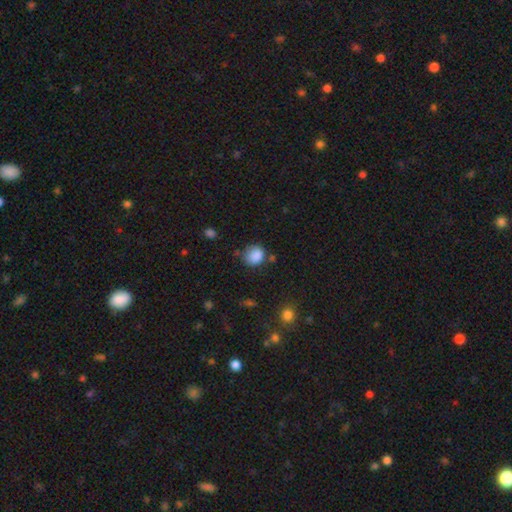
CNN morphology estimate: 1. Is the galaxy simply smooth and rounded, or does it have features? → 86% smooth, 10% star or artifact, 4% featured or disk.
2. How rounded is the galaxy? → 70% round, 29% in between, 1% cigar-shaped.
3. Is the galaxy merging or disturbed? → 66% none, 21% minor disturbance, 6% merger, 6% major disturbance.